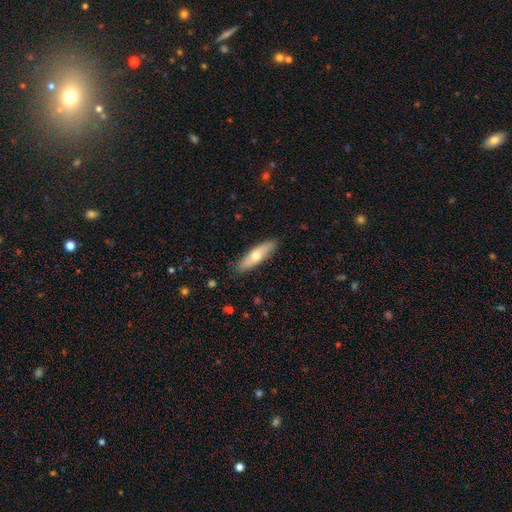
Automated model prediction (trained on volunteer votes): A smooth galaxy with no disk features (61%) that is cigar-shaped (58%).

Vote fractions:
- Smooth or featured? smooth: 61% / featured or disk: 34% / star or artifact: 6%
- How rounded? cigar-shaped: 58% / in between: 39% / round: 2%
- Merging? none: 87% / minor disturbance: 10% / major disturbance: 2% / merger: 1%